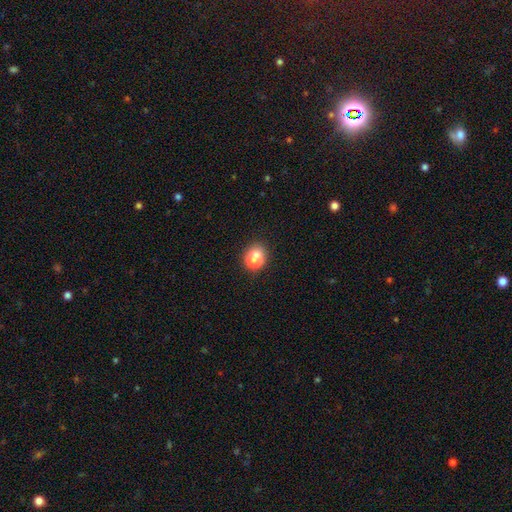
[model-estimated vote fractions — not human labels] smooth_or_featured: smooth (p=0.79) [alt: featured or disk p=0.11]
how_rounded: in between (p=0.50) [alt: round p=0.49]
merging: none (p=0.68) [alt: minor disturbance p=0.16]